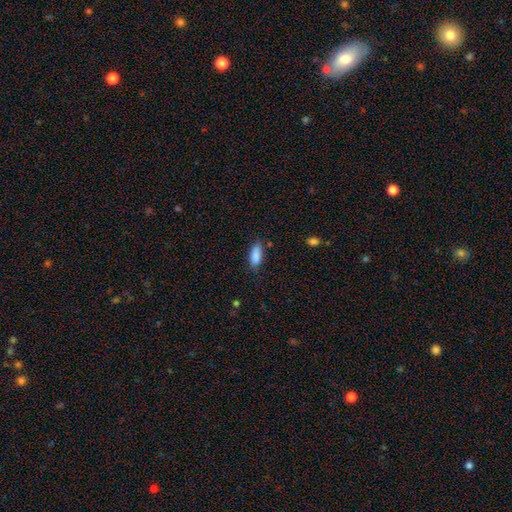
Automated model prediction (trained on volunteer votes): Smooth or featured?
  - smooth: 88% *
  - star or artifact: 7%
  - featured or disk: 5%
How rounded?
  - in between: 78% *
  - cigar-shaped: 20%
  - round: 2%
Merging?
  - none: 78% *
  - minor disturbance: 17%
  - major disturbance: 3%
  - merger: 2%